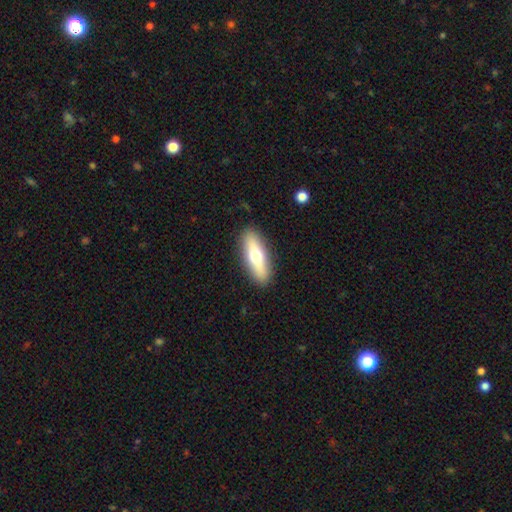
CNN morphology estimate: type=smooth (56%); roundness=in between (51%); merging=none (89%).